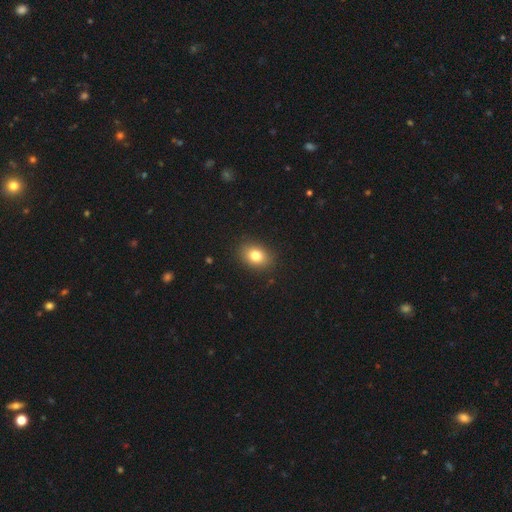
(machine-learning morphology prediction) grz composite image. It shows a smooth galaxy with no disk features (81%) that is in between round and cigar-shaped (69%). Merging: none (88%).